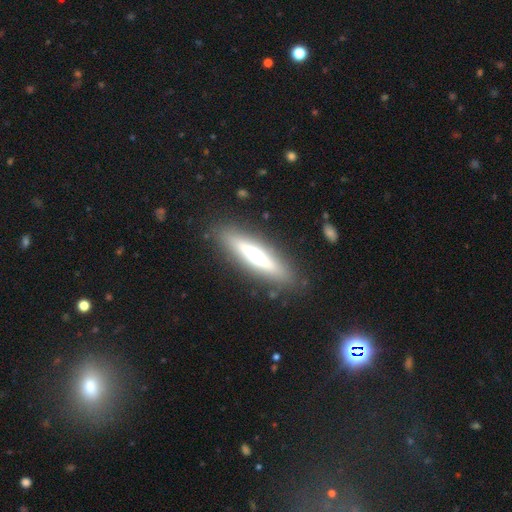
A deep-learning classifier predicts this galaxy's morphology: Smooth or featured? featured or disk (52%)
Edge-on disk? yes (85%)
Merging? none (86%)